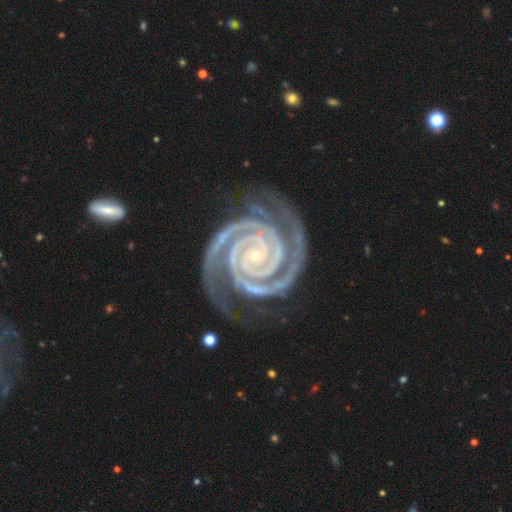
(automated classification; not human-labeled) featured or disk 95%, star or artifact 3%, smooth 2%. Down the decision tree: edge-on disk — no (98%); bar — no (66%); spiral arms — yes (99%); spiral arm count — 2 (78%); spiral winding — tight (89%); bulge size — small (88%); merging — none (78%).